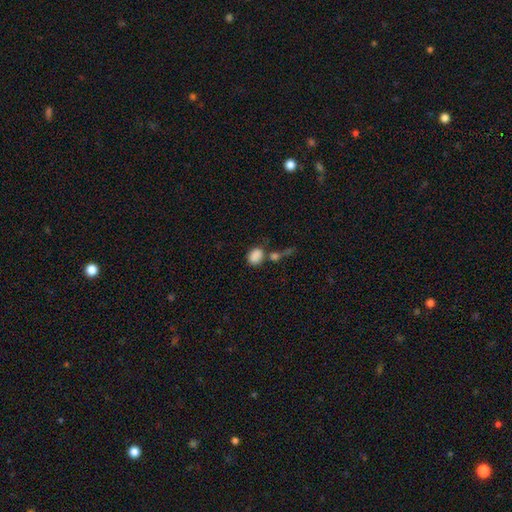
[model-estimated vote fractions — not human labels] smooth-or-featured: smooth: 84% | star or artifact: 10% | featured or disk: 6%
  how-rounded: in between: 63% | round: 35% | cigar-shaped: 2%
  merging: none: 49% | merger: 27% | minor disturbance: 15% | major disturbance: 9%